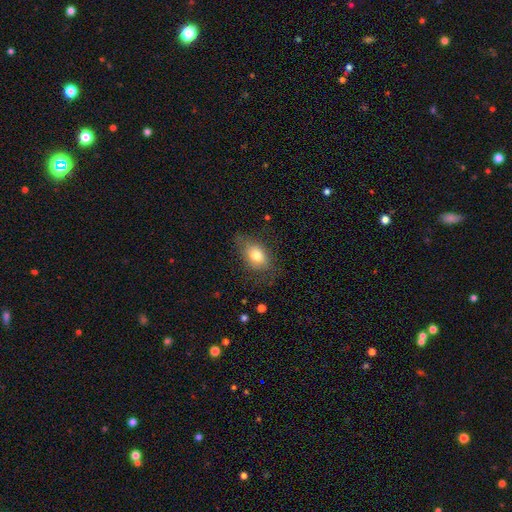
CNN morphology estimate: Smooth or featured: smooth — 74% (featured or disk — 16%)
How rounded: in between — 78% (round — 20%)
Merging: none — 61% (minor disturbance — 26%)